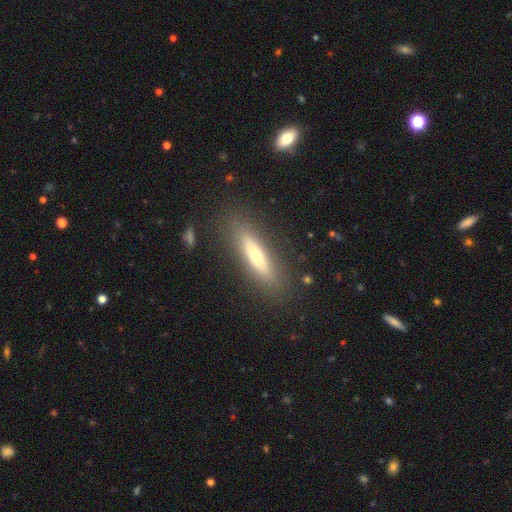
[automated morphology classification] This is possibly a smooth galaxy (54%). How rounded: likely cigar-shaped (77%). Merging: clearly none (85%).